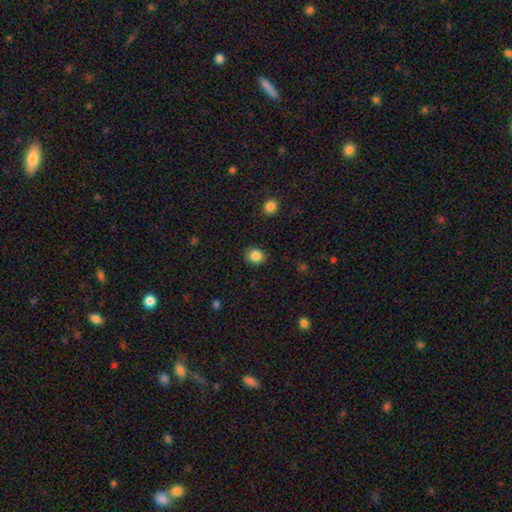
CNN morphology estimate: smooth-or-featured: smooth: 85% | star or artifact: 10% | featured or disk: 5%
  how-rounded: round: 66% | in between: 33% | cigar-shaped: 1%
  merging: none: 87% | minor disturbance: 10% | major disturbance: 2% | merger: 1%